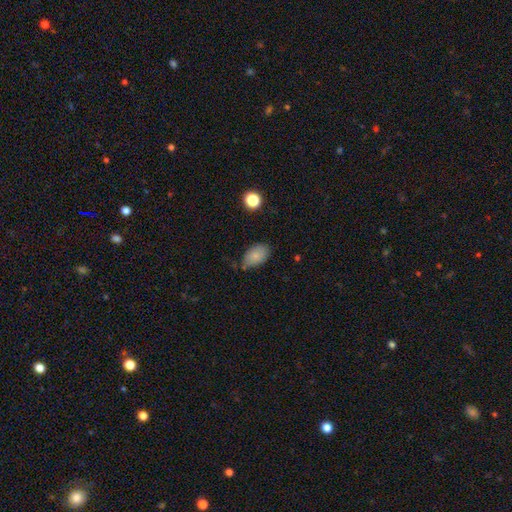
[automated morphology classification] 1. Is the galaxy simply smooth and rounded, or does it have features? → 83% smooth, 9% featured or disk, 8% star or artifact.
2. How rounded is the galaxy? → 90% in between, 8% round, 2% cigar-shaped.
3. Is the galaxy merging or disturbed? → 65% none, 26% minor disturbance, 5% major disturbance, 4% merger.